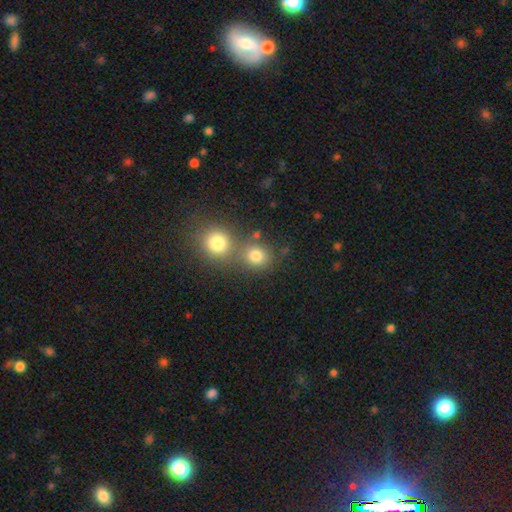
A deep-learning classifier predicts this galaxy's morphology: Smooth or featured?
  - smooth: 78% *
  - star or artifact: 14%
  - featured or disk: 8%
How rounded?
  - round: 81% *
  - in between: 18%
  - cigar-shaped: 1%
Merging?
  - none: 50% *
  - merger: 39%
  - minor disturbance: 7%
  - major disturbance: 3%